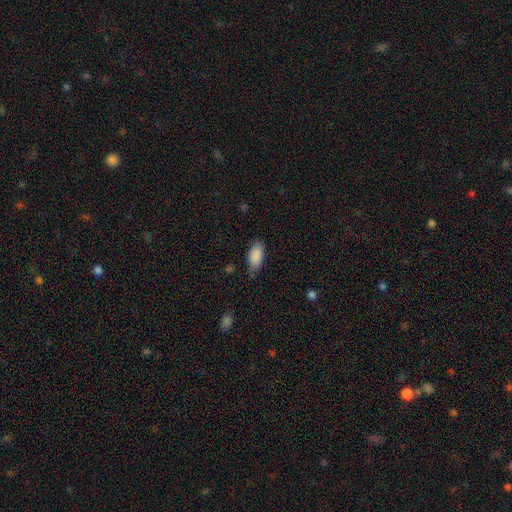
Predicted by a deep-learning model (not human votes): A smooth galaxy with no disk features (88%) that is in between round and cigar-shaped (91%).

Vote fractions:
- Smooth or featured? smooth: 88% / star or artifact: 7% / featured or disk: 5%
- How rounded? in between: 91% / cigar-shaped: 7% / round: 2%
- Merging? none: 63% / minor disturbance: 30% / major disturbance: 6% / merger: 2%